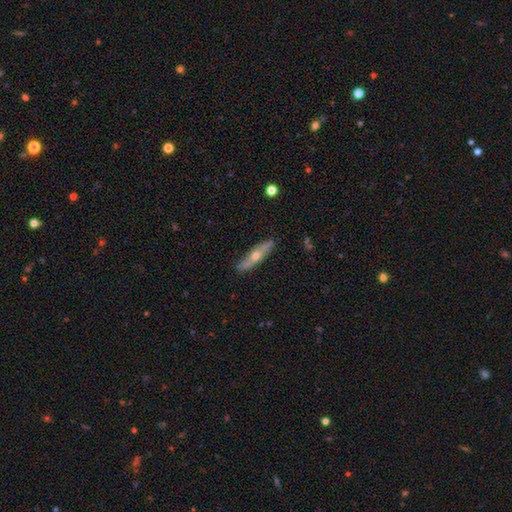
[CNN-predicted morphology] featured or disk 57%, smooth 37%, star or artifact 6%. Down the decision tree: edge-on disk — yes (75%); merging — none (86%).